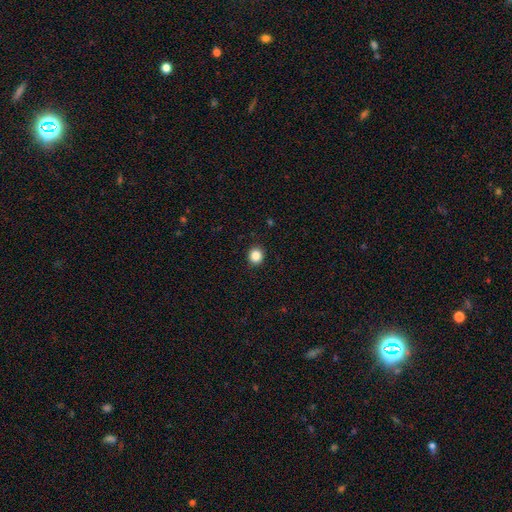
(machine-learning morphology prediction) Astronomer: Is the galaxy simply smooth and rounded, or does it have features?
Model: smooth — 86%.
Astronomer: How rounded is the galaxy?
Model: round — 87%.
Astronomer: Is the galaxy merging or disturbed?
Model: none — 92%.